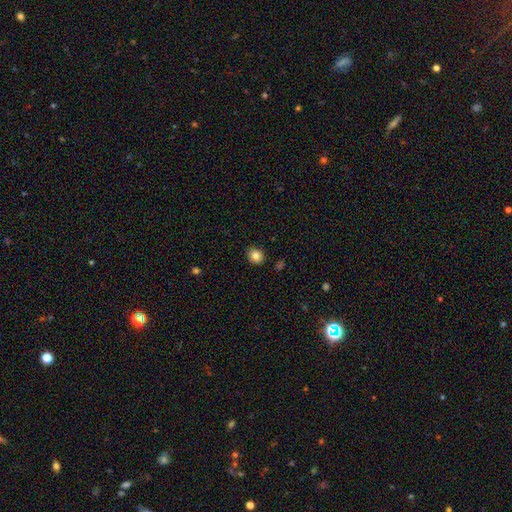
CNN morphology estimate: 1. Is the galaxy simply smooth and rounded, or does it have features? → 84% smooth, 10% star or artifact, 7% featured or disk.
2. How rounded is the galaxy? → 60% round, 39% in between, 1% cigar-shaped.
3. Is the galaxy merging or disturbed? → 89% none, 8% minor disturbance, 2% major disturbance, 1% merger.